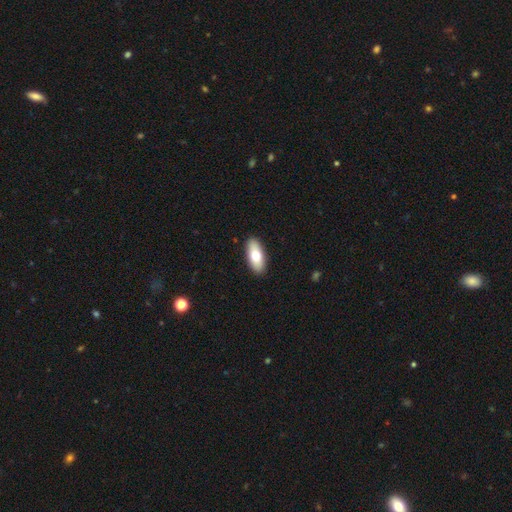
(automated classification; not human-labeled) smooth-or-featured: smooth: 74% | featured or disk: 20% | star or artifact: 6%
  how-rounded: in between: 86% | cigar-shaped: 11% | round: 3%
  merging: none: 91% | minor disturbance: 7% | major disturbance: 2% | merger: 1%